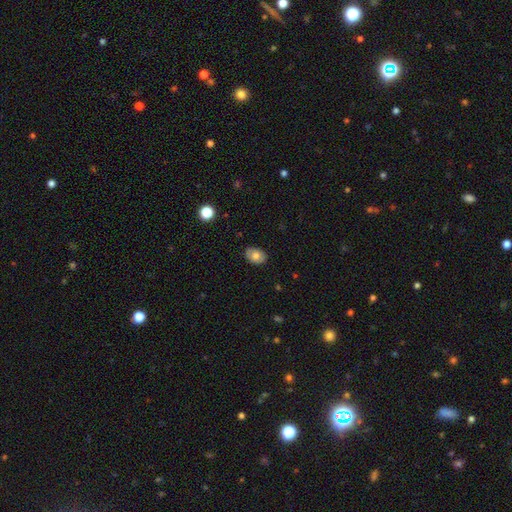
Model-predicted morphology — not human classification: Smooth or featured?
  - smooth: 74% *
  - featured or disk: 18%
  - star or artifact: 8%
How rounded?
  - in between: 78% *
  - round: 21%
  - cigar-shaped: 1%
Merging?
  - none: 83% *
  - minor disturbance: 13%
  - major disturbance: 2%
  - merger: 1%